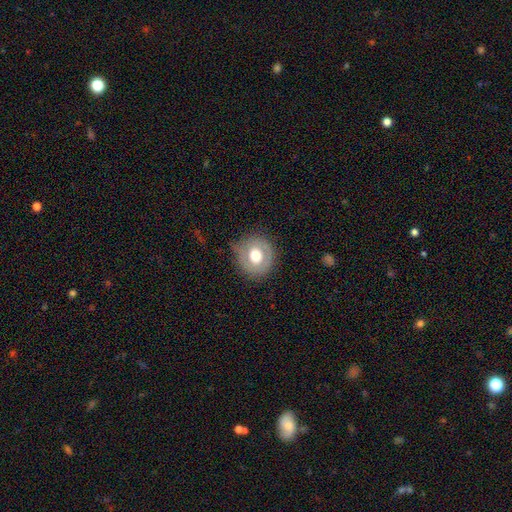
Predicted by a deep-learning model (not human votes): smooth-or-featured: smooth: 56% | featured or disk: 36% | star or artifact: 8%
  how-rounded: round: 86% | in between: 13% | cigar-shaped: 1%
  merging: none: 77% | minor disturbance: 16% | major disturbance: 6% | merger: 1%